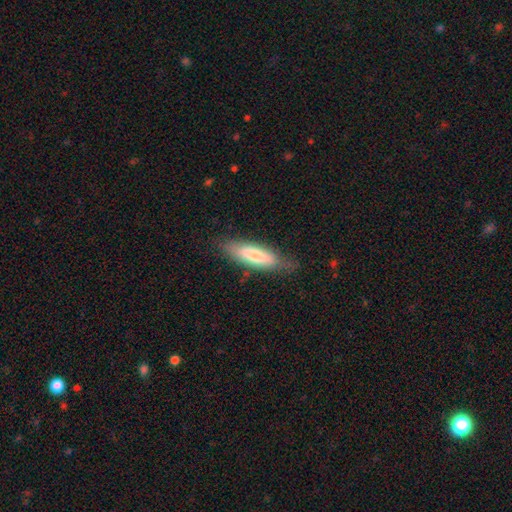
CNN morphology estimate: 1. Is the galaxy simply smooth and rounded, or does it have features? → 73% smooth, 21% featured or disk, 6% star or artifact.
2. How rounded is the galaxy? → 59% cigar-shaped, 40% in between, 1% round.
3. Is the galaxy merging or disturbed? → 75% none, 19% minor disturbance, 4% major disturbance, 1% merger.